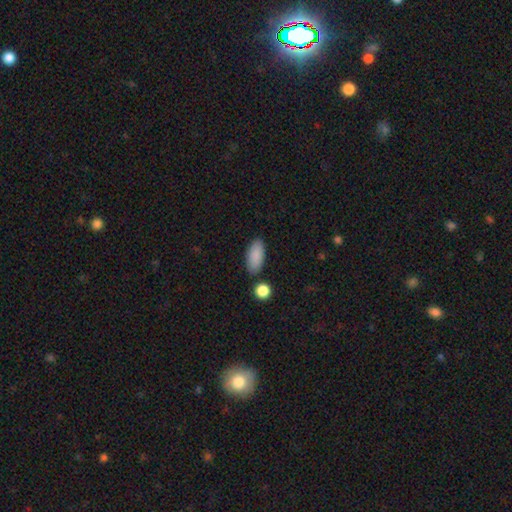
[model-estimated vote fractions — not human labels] smooth 89%, star or artifact 6%, featured or disk 5%. Down the decision tree: how rounded — in between (88%); merging — none (82%).